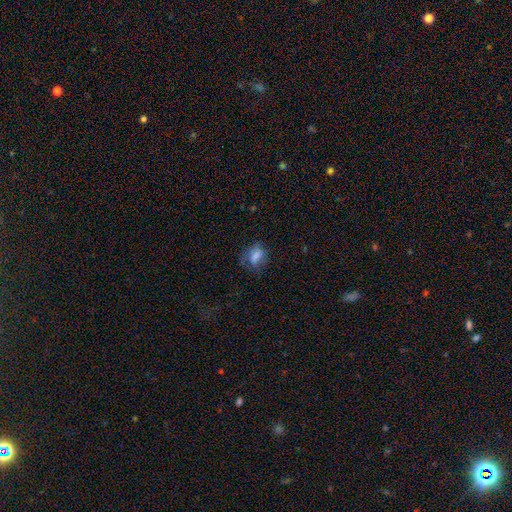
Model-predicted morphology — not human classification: Smooth or featured? smooth (65%)
How rounded? in between (70%)
Merging? none (51%)